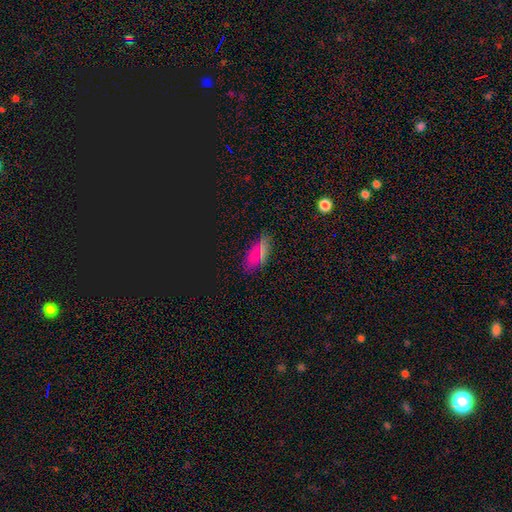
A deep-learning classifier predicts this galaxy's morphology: The model was most divided on "smooth or featured": smooth: 65%, star or artifact: 26%, featured or disk: 9%. More confident: how rounded — in between (87%); merging — none (83%).